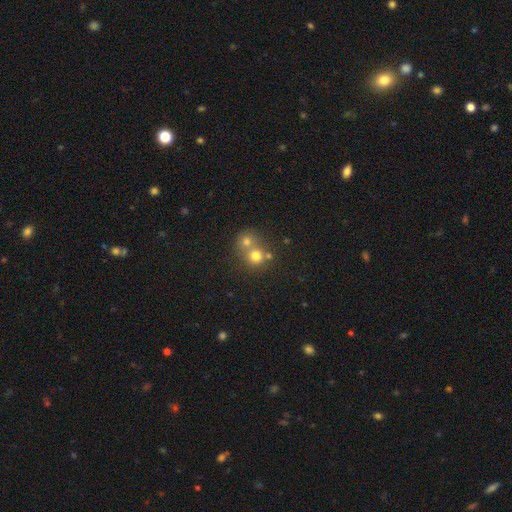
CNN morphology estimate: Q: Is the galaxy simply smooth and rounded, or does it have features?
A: smooth — 72%.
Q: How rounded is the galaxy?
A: round — 85%.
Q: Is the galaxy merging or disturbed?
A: merger — 54%.